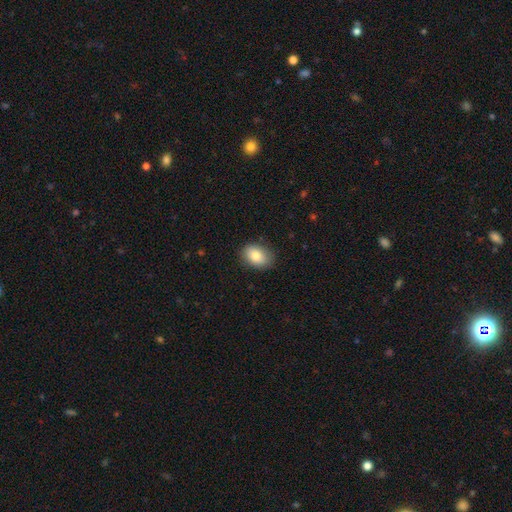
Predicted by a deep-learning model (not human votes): smooth 82%, featured or disk 10%, star or artifact 8%. Down the decision tree: how rounded — in between (76%); merging — none (86%).